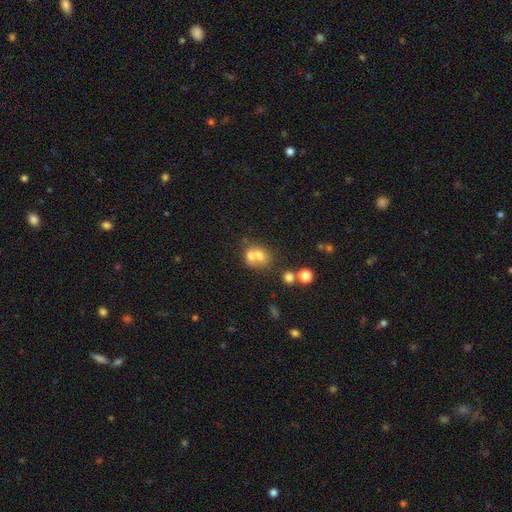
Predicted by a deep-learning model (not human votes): This is likely a smooth galaxy (63%). How rounded: possibly round (53%). Merging: likely merger (62%).